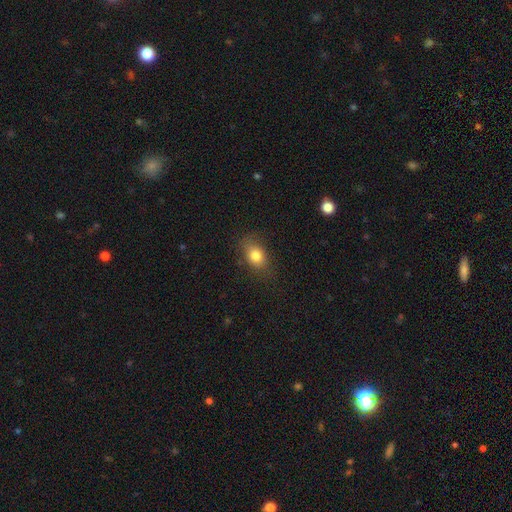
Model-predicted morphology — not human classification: Smooth or featured: smooth — 81% (star or artifact — 10%)
How rounded: in between — 69% (round — 29%)
Merging: none — 76% (minor disturbance — 17%)